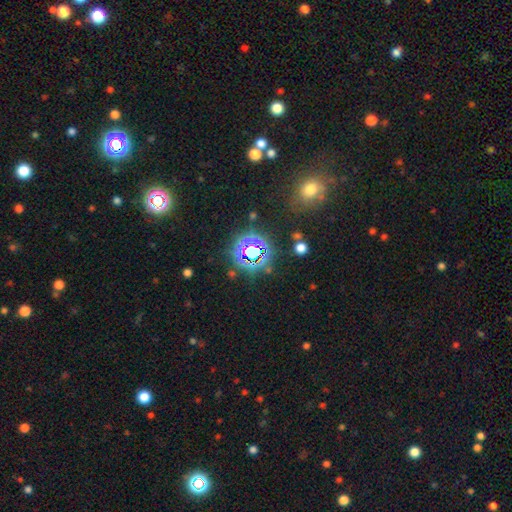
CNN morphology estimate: smooth_or_featured: star or artifact (p=0.75) [alt: smooth p=0.16]